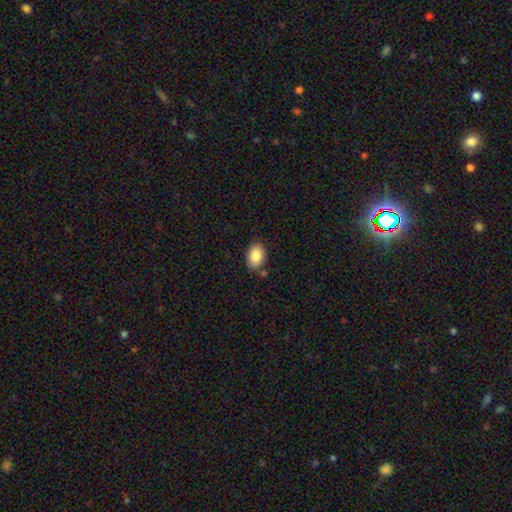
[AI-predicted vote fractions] smooth_or_featured: smooth (p=0.87) [alt: star or artifact p=0.07]
how_rounded: in between (p=0.88) [alt: round p=0.11]
merging: none (p=0.81) [alt: minor disturbance p=0.13]